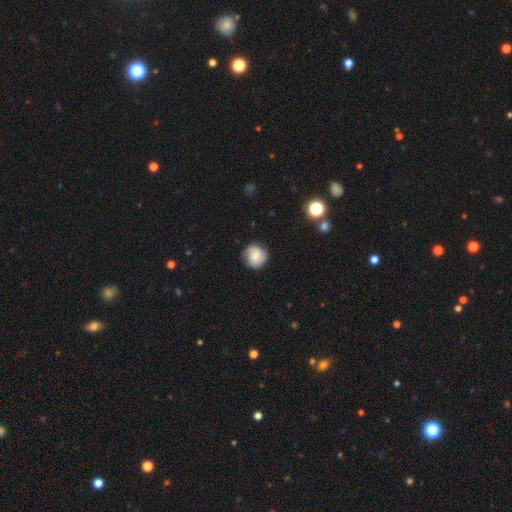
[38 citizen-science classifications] Q: Smooth or featured?
A: featured or disk (53%); runner-up: smooth (42%)
Q: Edge-on disk?
A: no (100%)
Q: Bar?
A: no (60%); runner-up: weak (40%)
Q: Spiral arms?
A: yes (95%); runner-up: no (5%)
Q: Spiral winding?
A: tight (42%); runner-up: medium (37%)
Q: Spiral arm count?
A: 2 (74%); runner-up: can't tell (21%)
Q: Bulge size?
A: small (50%); runner-up: moderate (45%)
Q: Merging?
A: none (78%); runner-up: minor disturbance (19%)